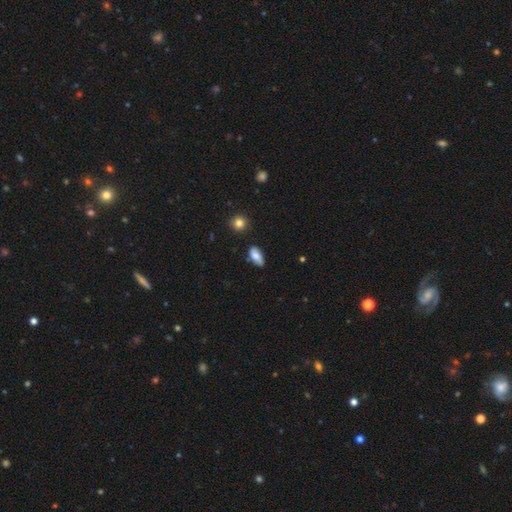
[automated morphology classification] This appears to be a smooth galaxy with no disk features (77%) that is in between round and cigar-shaped (89%). Merging: none (71%).